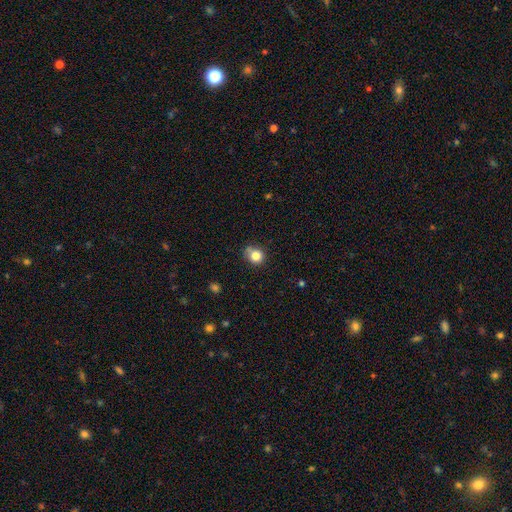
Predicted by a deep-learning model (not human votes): Overall: smooth (82%). How rounded: round (83%). Merging: none (66%).